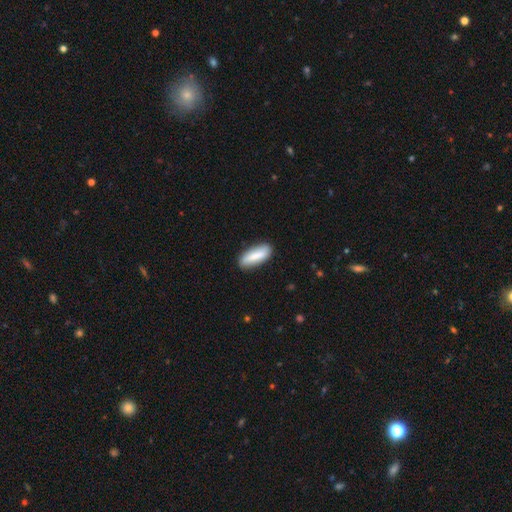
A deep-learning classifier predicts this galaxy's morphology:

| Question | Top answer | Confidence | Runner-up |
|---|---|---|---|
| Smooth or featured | smooth | 77% | featured or disk (17%) |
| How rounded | in between | 62% | cigar-shaped (36%) |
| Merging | none | 85% | minor disturbance (11%) |